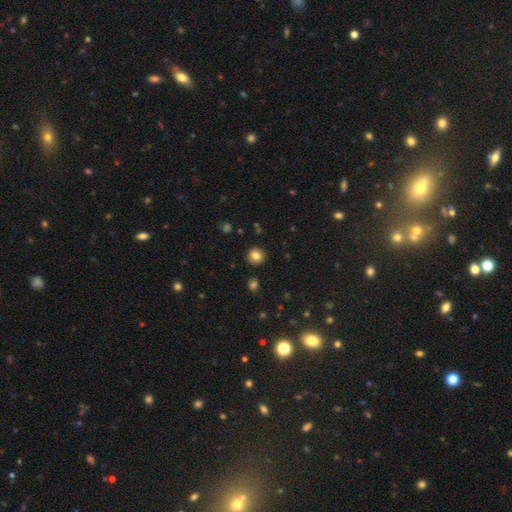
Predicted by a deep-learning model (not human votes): This is clearly a smooth galaxy (83%). How rounded: clearly round (87%). Merging: clearly none (90%).